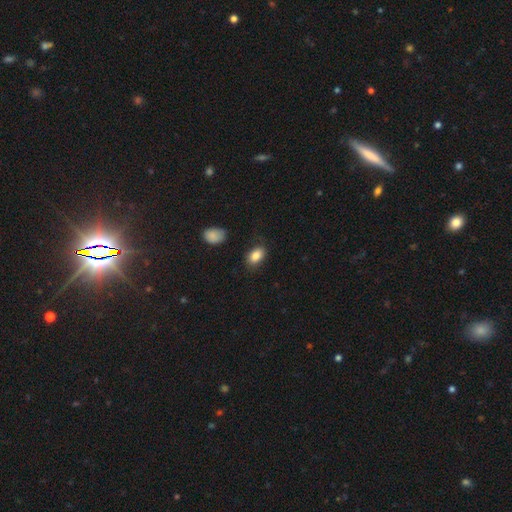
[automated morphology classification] Q: Smooth or featured?
A: smooth (86%); runner-up: star or artifact (8%)
Q: How rounded?
A: in between (87%); runner-up: round (11%)
Q: Merging?
A: none (81%); runner-up: minor disturbance (14%)